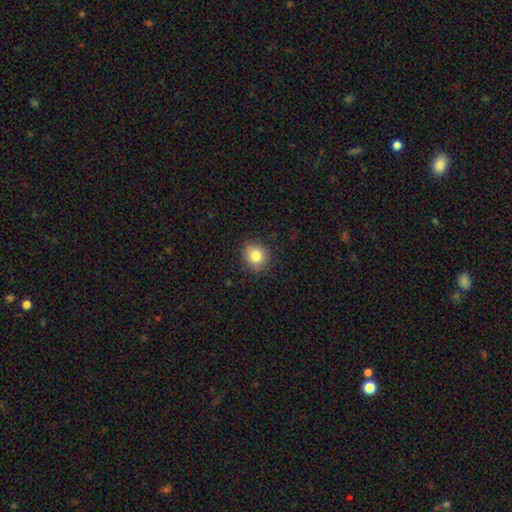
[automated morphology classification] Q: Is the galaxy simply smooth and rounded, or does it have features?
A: smooth — 81%.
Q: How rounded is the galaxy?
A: round — 87%.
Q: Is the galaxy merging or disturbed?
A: none — 86%.